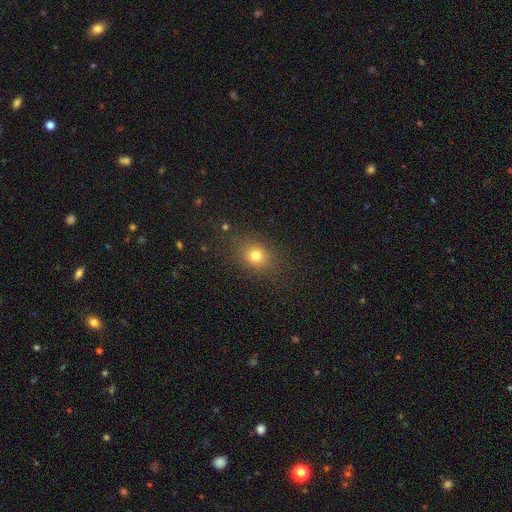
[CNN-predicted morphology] smooth-or-featured: smooth: 76% | star or artifact: 15% | featured or disk: 9%
  how-rounded: round: 55% | in between: 43% | cigar-shaped: 2%
  merging: none: 82% | minor disturbance: 11% | major disturbance: 5% | merger: 2%